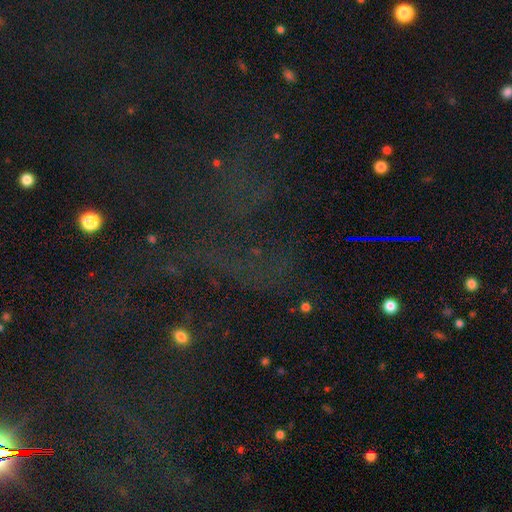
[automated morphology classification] A star or artifact, not a galaxy (77%).